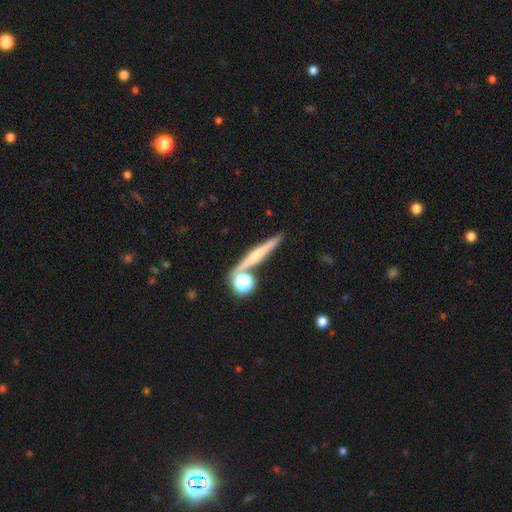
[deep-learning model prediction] A featured or disk galaxy (51%) viewed edge-on (93%).

Vote fractions:
- Smooth or featured? featured or disk: 51% / smooth: 37% / star or artifact: 12%
- Edge-on disk? yes: 93% / no: 7%
- Merging? none: 76% / merger: 11% / minor disturbance: 9% / major disturbance: 3%